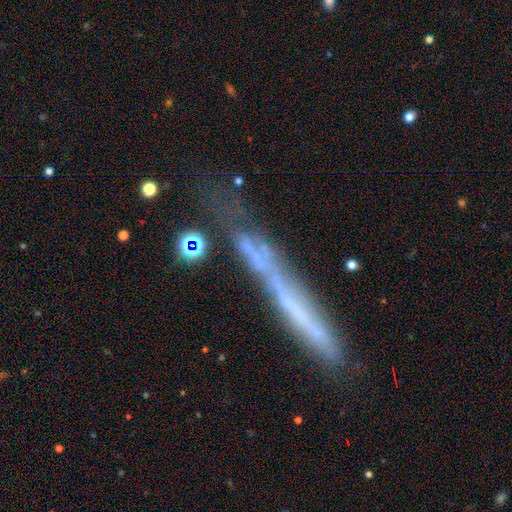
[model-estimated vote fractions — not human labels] featured or disk 53%, smooth 30%, star or artifact 17%. Down the decision tree: edge-on disk — yes (76%); merging — none (54%).